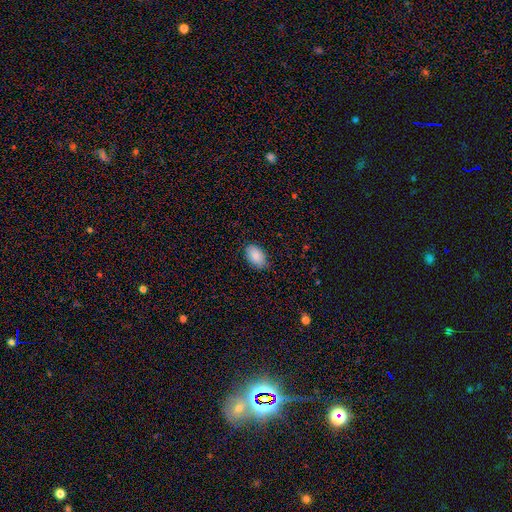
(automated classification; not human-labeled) smooth-or-featured: smooth: 88% | star or artifact: 7% | featured or disk: 6%
  how-rounded: in between: 92% | round: 7% | cigar-shaped: 1%
  merging: none: 83% | minor disturbance: 14% | major disturbance: 3% | merger: 1%